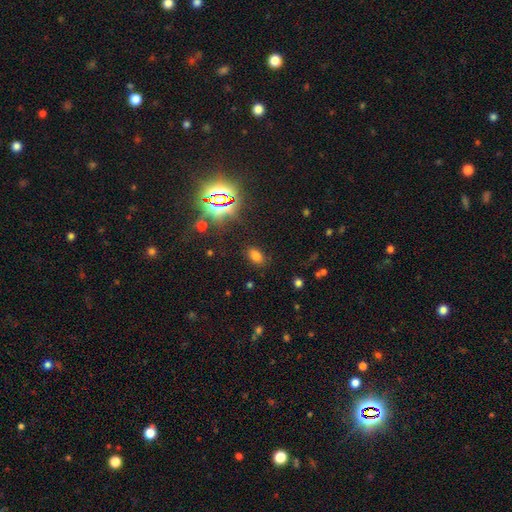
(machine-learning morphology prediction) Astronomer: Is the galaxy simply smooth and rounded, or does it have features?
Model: smooth — 67%.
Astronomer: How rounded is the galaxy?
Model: in between — 85%.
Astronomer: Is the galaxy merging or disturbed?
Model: none — 84%.